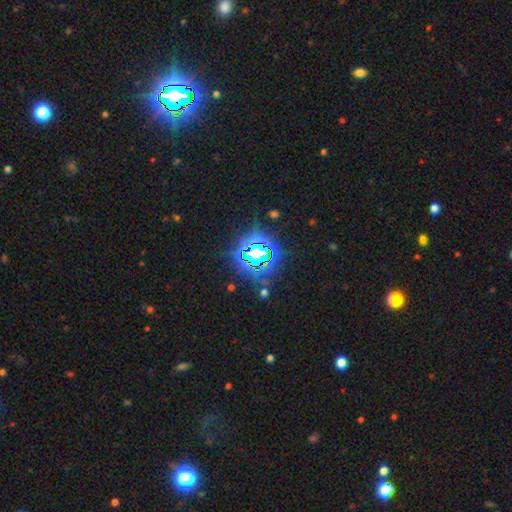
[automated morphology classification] Q: Smooth or featured?
A: star or artifact (82%); runner-up: smooth (11%)